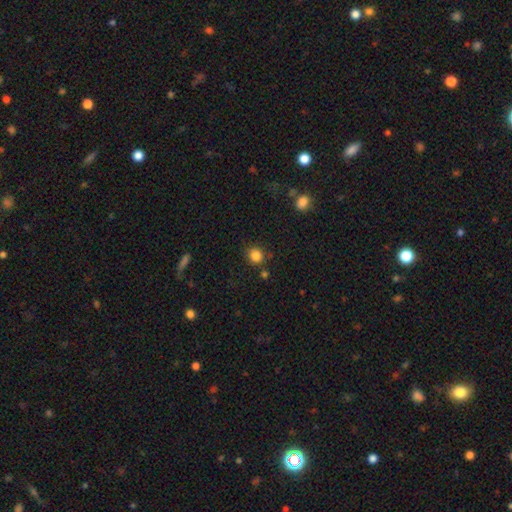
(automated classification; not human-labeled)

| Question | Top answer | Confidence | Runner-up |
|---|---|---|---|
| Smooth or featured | smooth | 84% | star or artifact (12%) |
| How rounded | round | 86% | in between (13%) |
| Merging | none | 83% | minor disturbance (9%) |